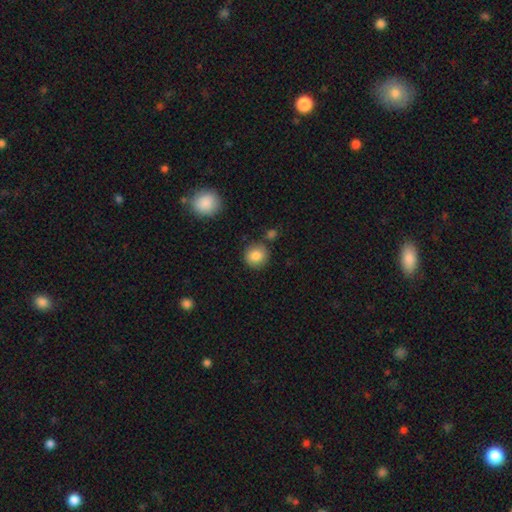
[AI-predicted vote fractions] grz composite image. It shows a smooth galaxy with no disk features (86%) that is round (89%). Merging: none (83%).